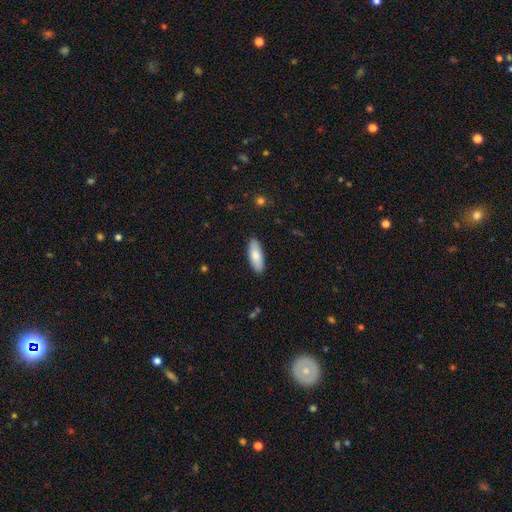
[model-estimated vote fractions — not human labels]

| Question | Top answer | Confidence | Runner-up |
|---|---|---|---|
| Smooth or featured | smooth | 80% | featured or disk (14%) |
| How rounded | in between | 73% | cigar-shaped (25%) |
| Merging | none | 89% | minor disturbance (9%) |